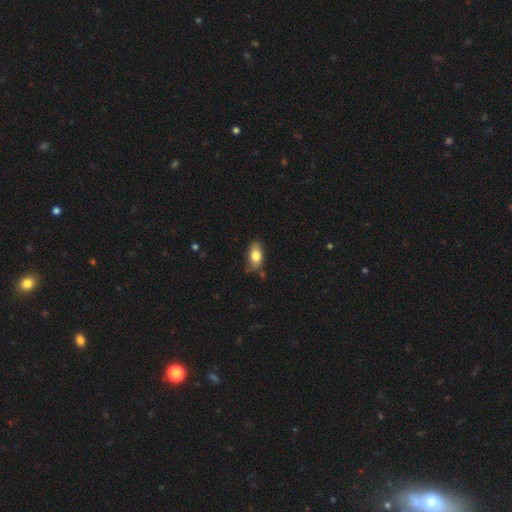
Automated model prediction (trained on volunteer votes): Morphology: type=smooth (81%); roundness=in between (89%); merging=none (76%).